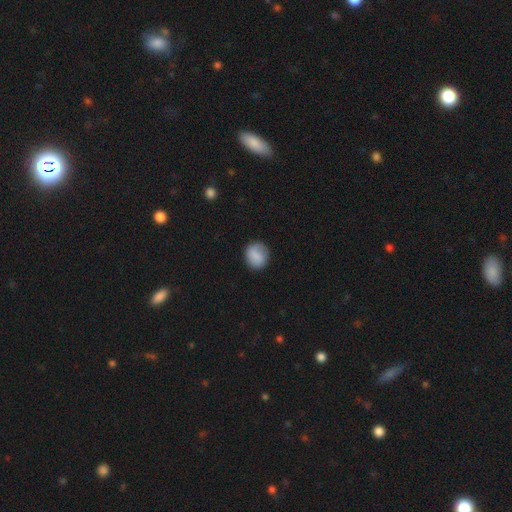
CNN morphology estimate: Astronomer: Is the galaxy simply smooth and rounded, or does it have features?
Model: smooth — 84%.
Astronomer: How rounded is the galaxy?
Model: round — 80%.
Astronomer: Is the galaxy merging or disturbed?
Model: none — 82%.